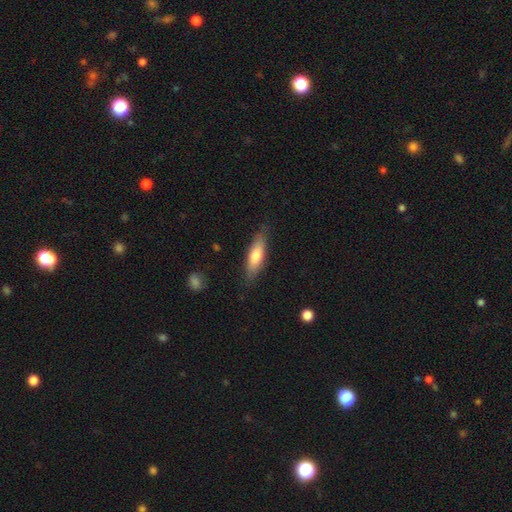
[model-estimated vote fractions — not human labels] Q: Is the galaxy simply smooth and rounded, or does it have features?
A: smooth — 70%.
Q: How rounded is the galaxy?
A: cigar-shaped — 56%.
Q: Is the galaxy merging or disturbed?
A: none — 81%.